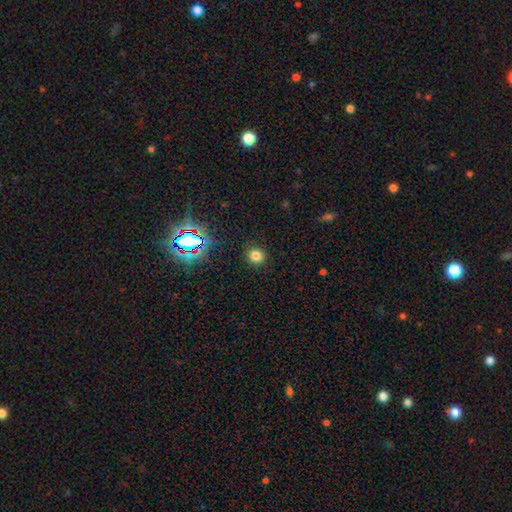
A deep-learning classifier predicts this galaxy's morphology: Overall: smooth (76%). How rounded: round (89%). Merging: none (91%).